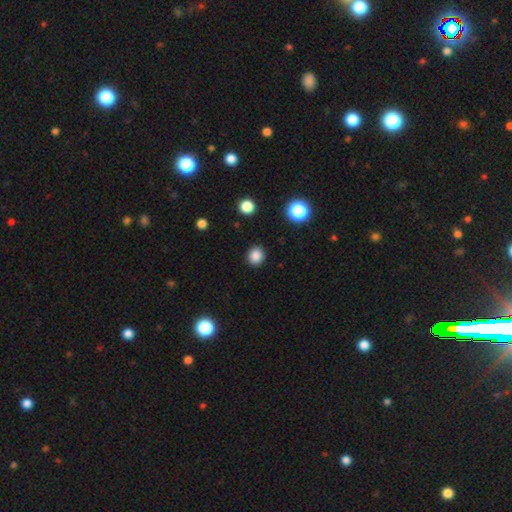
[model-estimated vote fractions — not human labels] Q: Smooth or featured?
A: smooth (85%); runner-up: star or artifact (12%)
Q: How rounded?
A: round (80%); runner-up: in between (19%)
Q: Merging?
A: none (91%); runner-up: minor disturbance (6%)